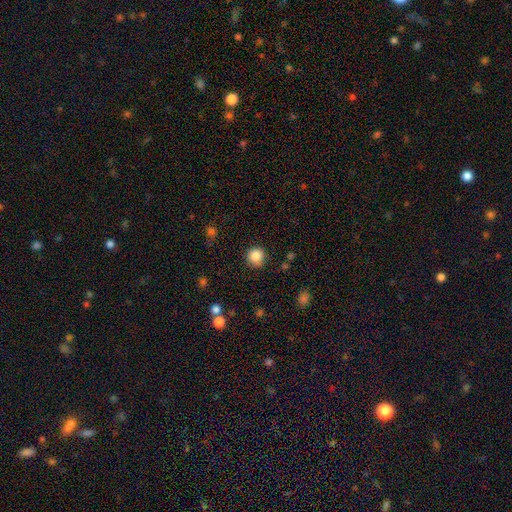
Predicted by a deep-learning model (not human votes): A smooth galaxy with no disk features (86%) that is round (93%).

Vote fractions:
- Smooth or featured? smooth: 86% / star or artifact: 10% / featured or disk: 4%
- How rounded? round: 93% / in between: 6% / cigar-shaped: 1%
- Merging? none: 85% / minor disturbance: 10% / major disturbance: 3% / merger: 2%